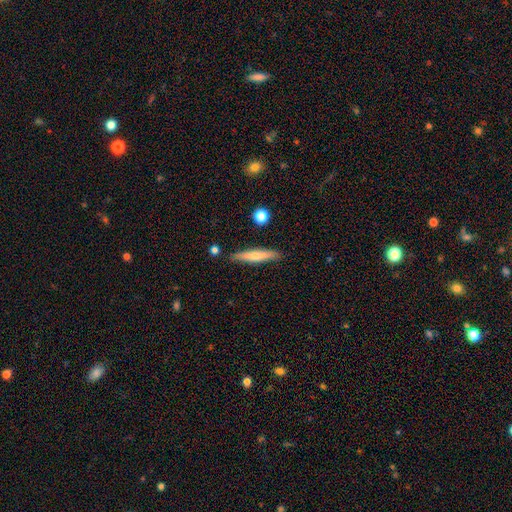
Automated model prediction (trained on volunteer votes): smooth 62%, featured or disk 31%, star or artifact 6%. Down the decision tree: how rounded — cigar-shaped (90%); merging — none (86%).